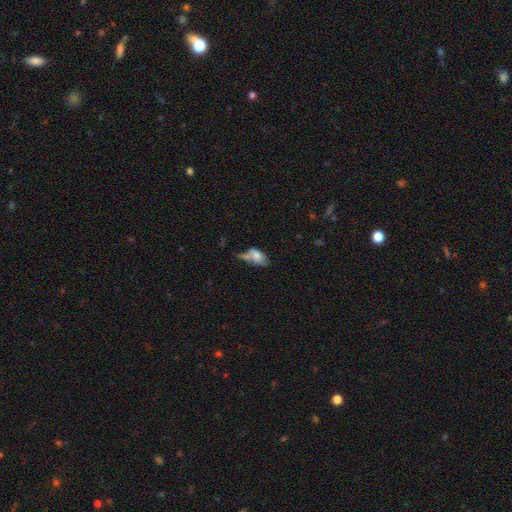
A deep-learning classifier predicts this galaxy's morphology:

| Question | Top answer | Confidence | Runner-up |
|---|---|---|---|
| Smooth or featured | smooth | 65% | featured or disk (26%) |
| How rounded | in between | 89% | round (7%) |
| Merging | merger | 32% | none (25%) |